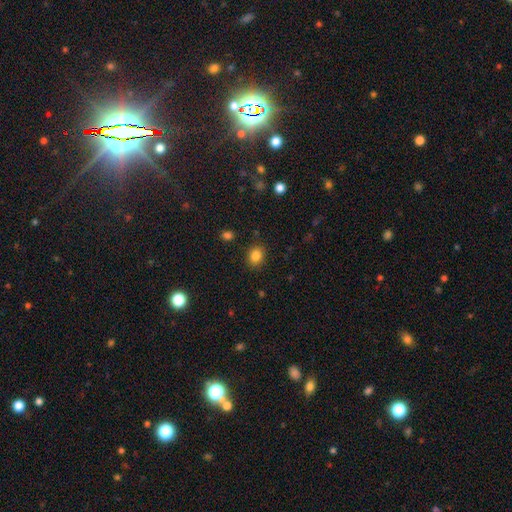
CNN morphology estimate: Smooth or featured?
  - smooth: 84% *
  - star or artifact: 11%
  - featured or disk: 5%
How rounded?
  - round: 59% *
  - in between: 40%
  - cigar-shaped: 1%
Merging?
  - none: 87% *
  - minor disturbance: 9%
  - major disturbance: 3%
  - merger: 2%